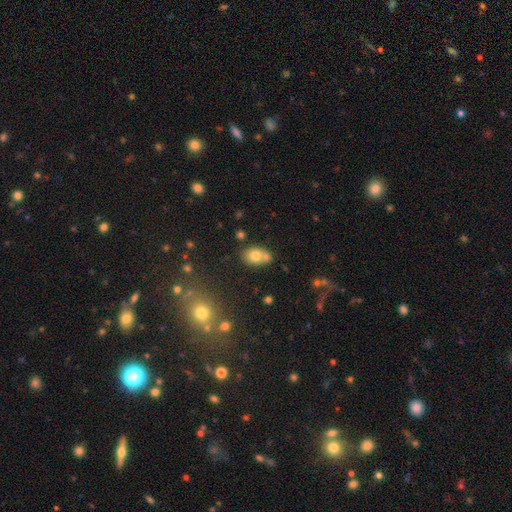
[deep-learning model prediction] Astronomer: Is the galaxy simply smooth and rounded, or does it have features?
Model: smooth — 72%.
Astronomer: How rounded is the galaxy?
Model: in between — 71%.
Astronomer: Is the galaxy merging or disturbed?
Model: none — 49% (runner-up: merger, 34%).